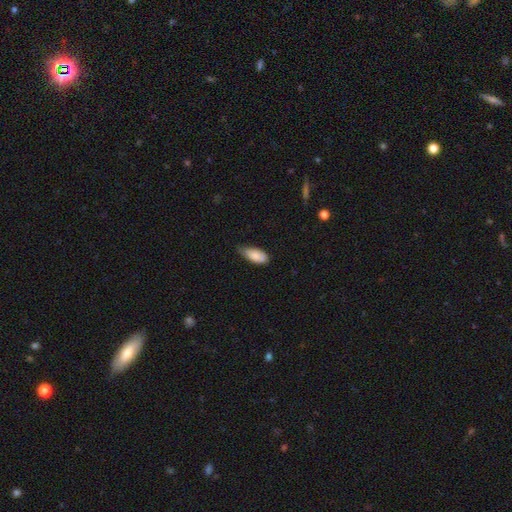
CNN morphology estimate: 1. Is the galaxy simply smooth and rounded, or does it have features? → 84% smooth, 9% featured or disk, 6% star or artifact.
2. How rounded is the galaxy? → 88% in between, 10% cigar-shaped, 2% round.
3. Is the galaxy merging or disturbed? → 47% none, 45% minor disturbance, 7% major disturbance, 2% merger.